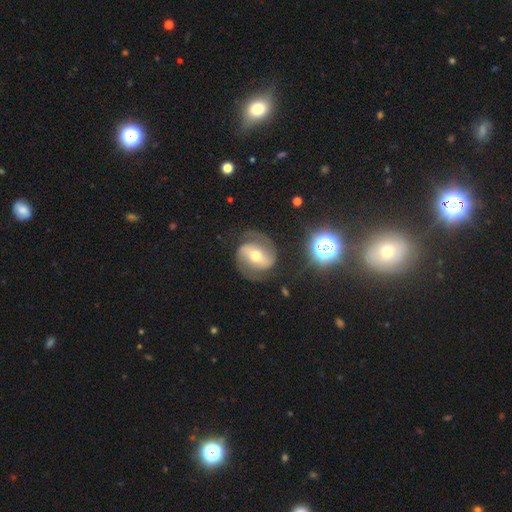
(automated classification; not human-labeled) Smooth or featured? featured or disk (83%)
Edge-on disk? no (97%)
Bar? strong (47%)
Spiral arms? yes (94%)
Spiral winding? medium (52%)
Spiral arm count? 2 (91%)
Bulge size? moderate (66%)
Merging? none (77%)